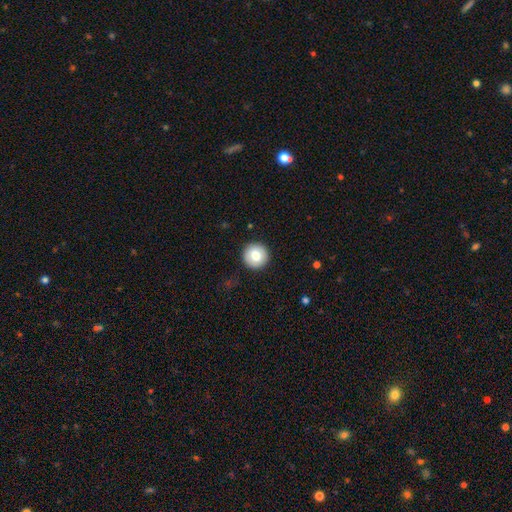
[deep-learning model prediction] A smooth galaxy with no disk features (77%) that is round (96%).

Vote fractions:
- Smooth or featured? smooth: 77% / featured or disk: 14% / star or artifact: 8%
- How rounded? round: 96% / in between: 3% / cigar-shaped: 1%
- Merging? none: 93% / minor disturbance: 5% / major disturbance: 2% / merger: 1%